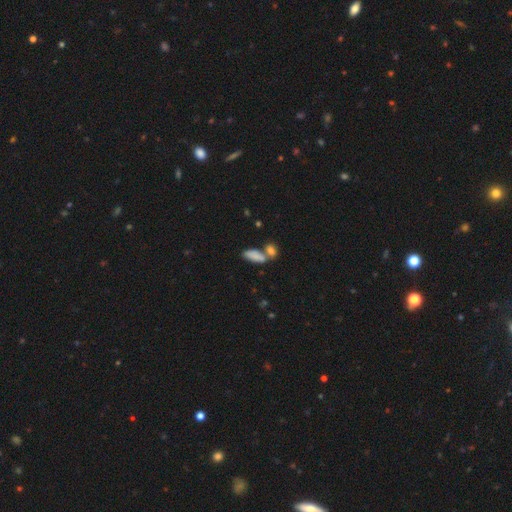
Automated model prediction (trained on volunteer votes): smooth-or-featured: smooth: 82% | featured or disk: 10% | star or artifact: 8%
  how-rounded: in between: 76% | cigar-shaped: 20% | round: 5%
  merging: merger: 44% | none: 40% | minor disturbance: 11% | major disturbance: 5%